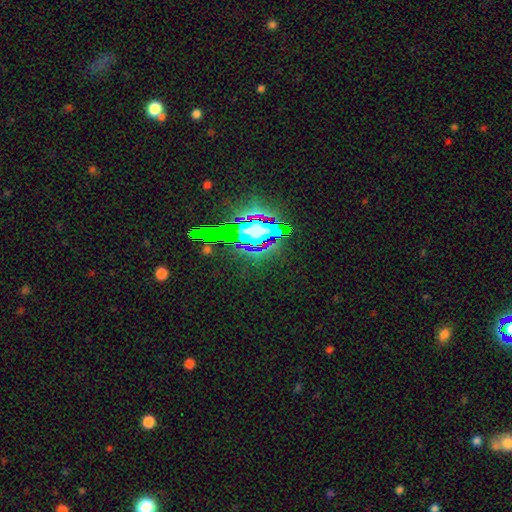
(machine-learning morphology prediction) A star or artifact, not a galaxy (65%).